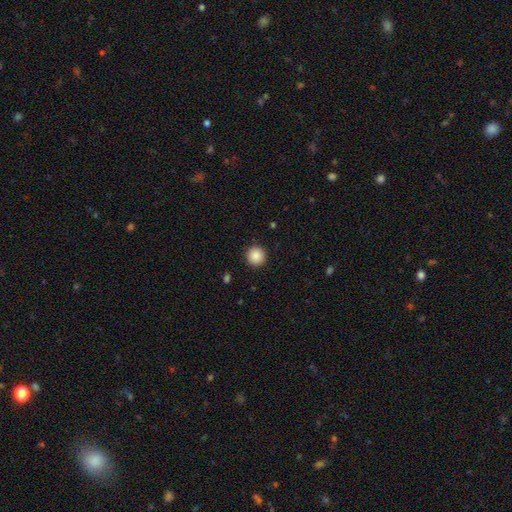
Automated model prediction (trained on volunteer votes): smooth-or-featured: smooth: 88% | star or artifact: 9% | featured or disk: 3%
  how-rounded: round: 95% | in between: 4% | cigar-shaped: 1%
  merging: none: 93% | minor disturbance: 5% | major disturbance: 2% | merger: 1%